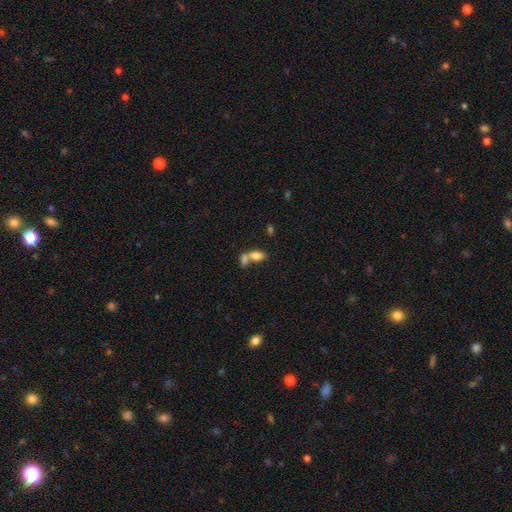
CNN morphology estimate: smooth_or_featured: smooth (p=0.79) [alt: featured or disk p=0.12]
how_rounded: in between (p=0.88) [alt: round p=0.07]
merging: merger (p=0.57) [alt: none p=0.30]